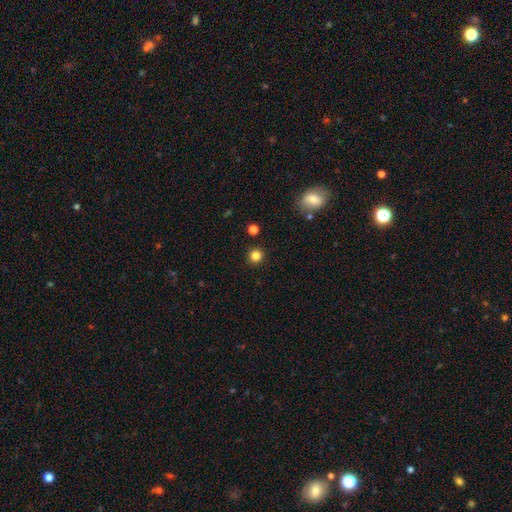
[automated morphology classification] Smooth or featured? Predicted: smooth (p=0.83). How rounded? Predicted: round (p=0.94). Merging? Predicted: none (p=0.92).